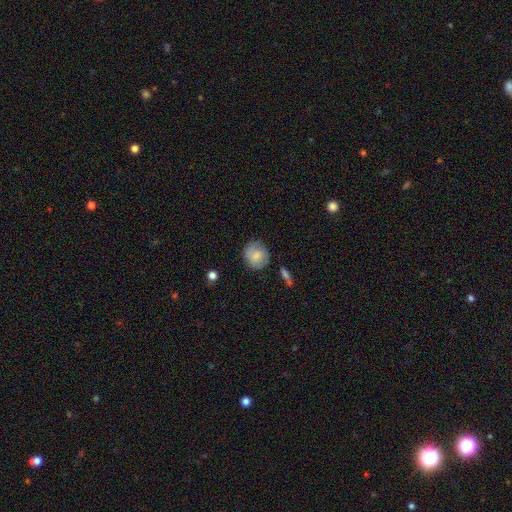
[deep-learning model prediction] Overall: smooth (78%). How rounded: round (82%). Merging: none (72%).